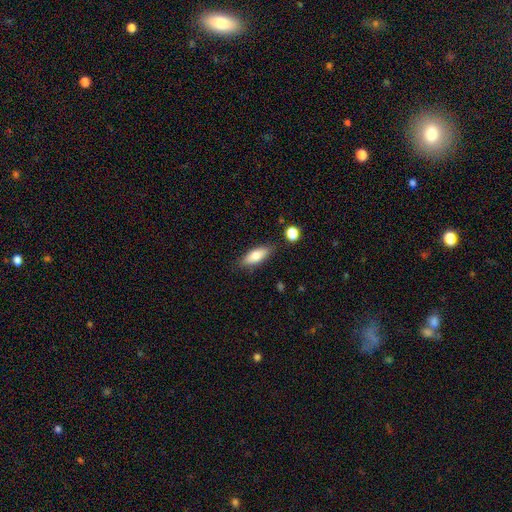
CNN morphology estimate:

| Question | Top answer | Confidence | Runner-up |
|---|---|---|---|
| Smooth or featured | smooth | 77% | featured or disk (16%) |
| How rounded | in between | 74% | cigar-shaped (23%) |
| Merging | none | 82% | minor disturbance (12%) |